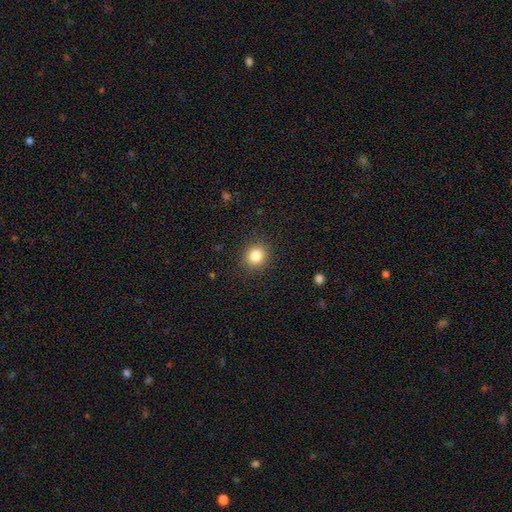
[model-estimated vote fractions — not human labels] smooth_or_featured: smooth (p=0.83) [alt: star or artifact p=0.11]
how_rounded: round (p=0.84) [alt: in between p=0.15]
merging: none (p=0.90) [alt: minor disturbance p=0.07]